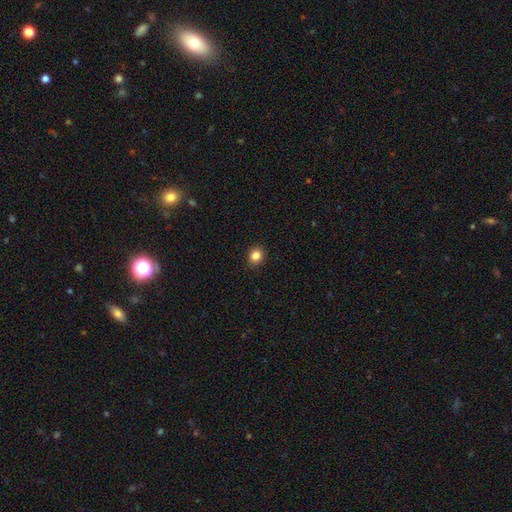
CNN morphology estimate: smooth_or_featured: smooth (p=0.84) [alt: star or artifact p=0.11]
how_rounded: round (p=0.80) [alt: in between p=0.19]
merging: none (p=0.91) [alt: minor disturbance p=0.06]